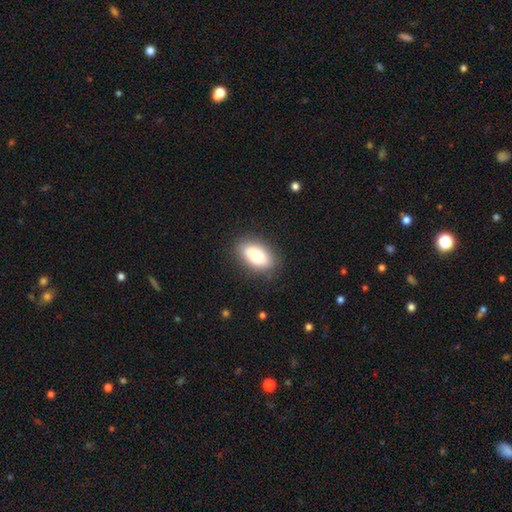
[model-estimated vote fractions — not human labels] Smooth or featured? Predicted: smooth (p=0.79). How rounded? Predicted: in between (p=0.92). Merging? Predicted: none (p=0.84).